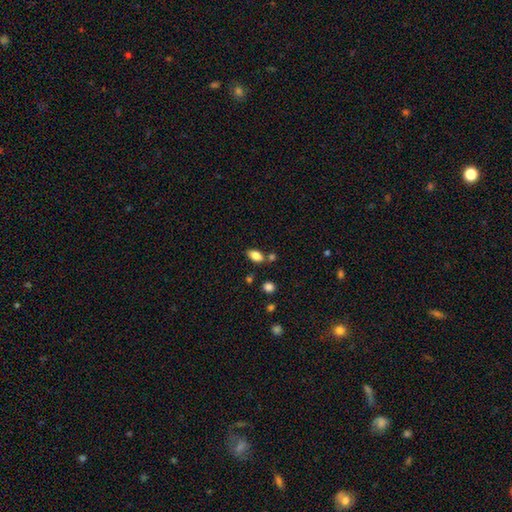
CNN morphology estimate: This is clearly a smooth galaxy (84%). How rounded: clearly in between (90%). Merging: likely none (73%).